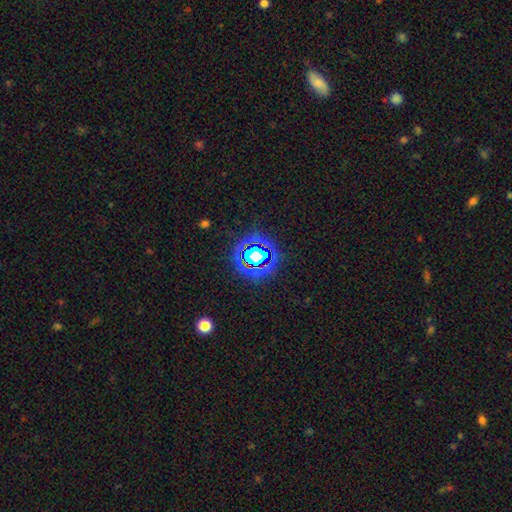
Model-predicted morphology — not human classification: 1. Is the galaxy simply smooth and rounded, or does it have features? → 72% star or artifact, 17% smooth, 11% featured or disk.